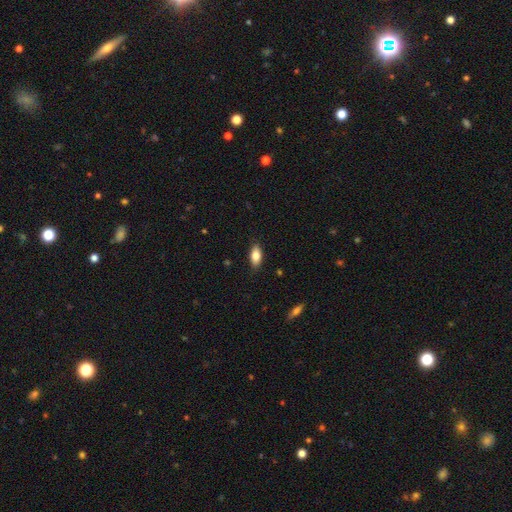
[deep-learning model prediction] The model was most divided on "smooth or featured": smooth: 81%, featured or disk: 12%, star or artifact: 7%. More confident: how rounded — in between (87%); merging — none (86%).